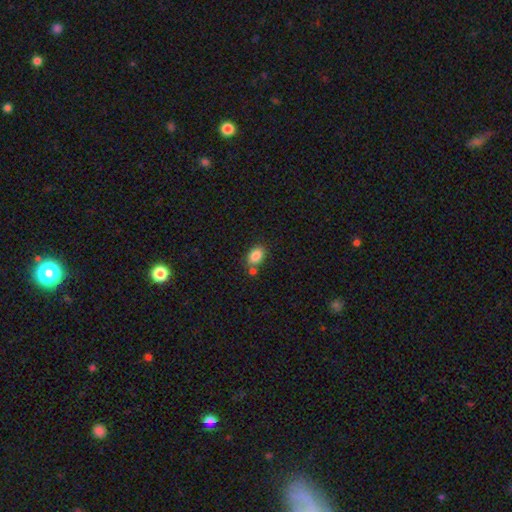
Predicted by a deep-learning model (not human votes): A smooth galaxy with no disk features (86%) that is in between round and cigar-shaped (81%). Merging: none (69%).